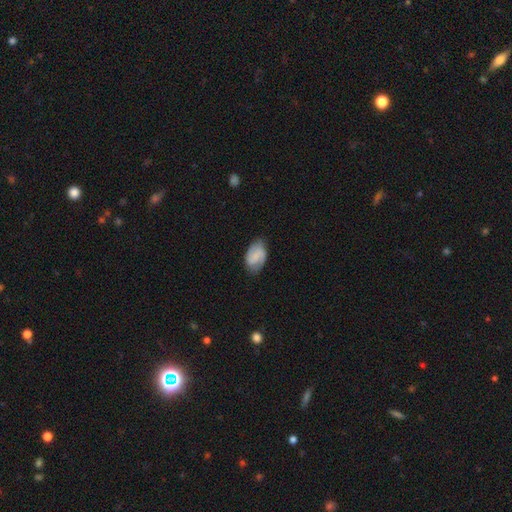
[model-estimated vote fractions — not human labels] This is possibly a featured or disk galaxy (50%). Merging: likely none (77%).